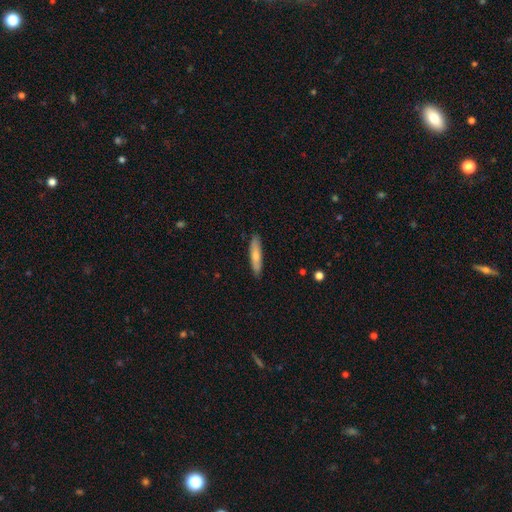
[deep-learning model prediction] Morphology: type=smooth (71%); roundness=cigar-shaped (80%); merging=none (88%).